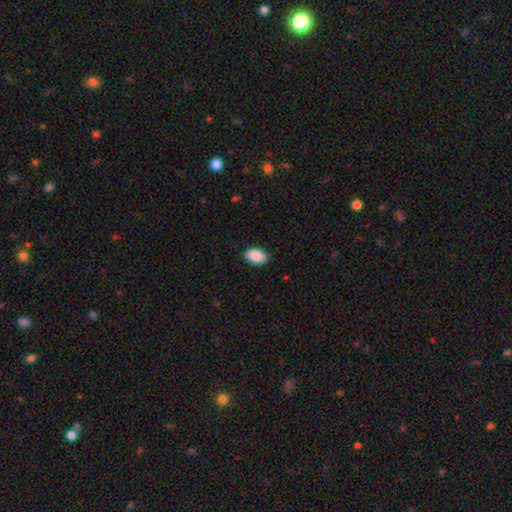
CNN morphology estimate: smooth_or_featured: smooth (p=0.90) [alt: star or artifact p=0.06]
how_rounded: in between (p=0.91) [alt: round p=0.08]
merging: none (p=0.86) [alt: minor disturbance p=0.11]